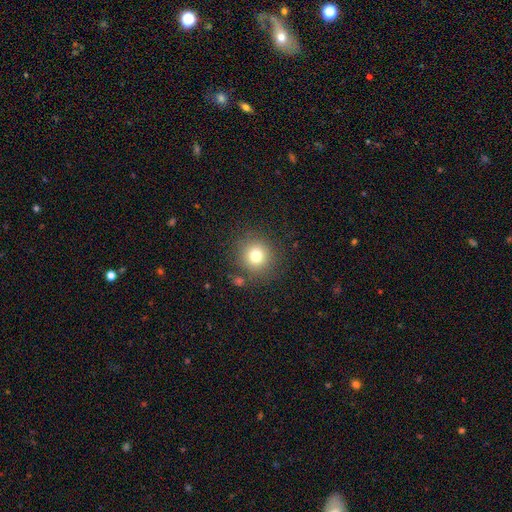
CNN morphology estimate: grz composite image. It shows a smooth galaxy with no disk features (77%) that is round (92%). Merging: none (84%).